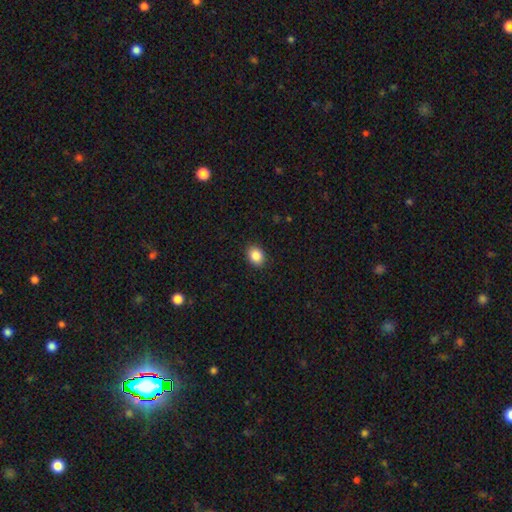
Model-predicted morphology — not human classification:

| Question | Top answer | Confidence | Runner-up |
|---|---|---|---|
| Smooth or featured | smooth | 87% | star or artifact (9%) |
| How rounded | in between | 58% | round (41%) |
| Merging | none | 90% | minor disturbance (7%) |